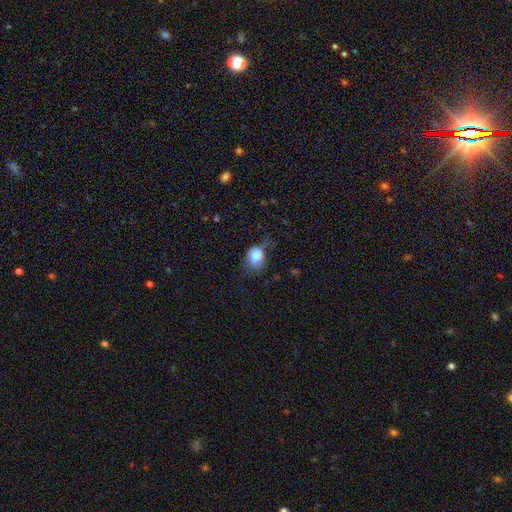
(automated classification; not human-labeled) Morphology: type=smooth (77%); roundness=round (50%); merging=none (47%).